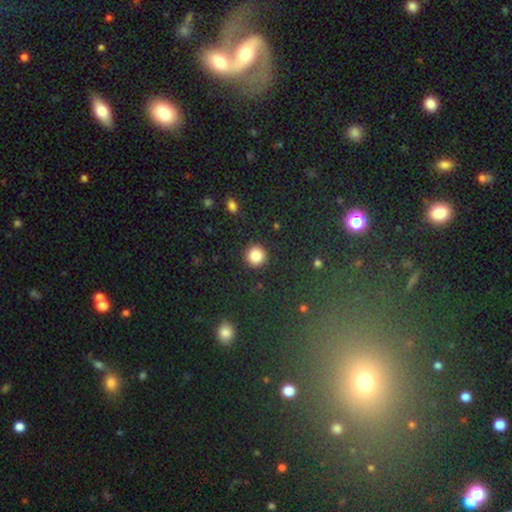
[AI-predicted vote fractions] Smooth or featured?
  - smooth: 85% *
  - star or artifact: 10%
  - featured or disk: 5%
How rounded?
  - round: 93% *
  - in between: 6%
  - cigar-shaped: 1%
Merging?
  - none: 91% *
  - minor disturbance: 6%
  - major disturbance: 2%
  - merger: 1%